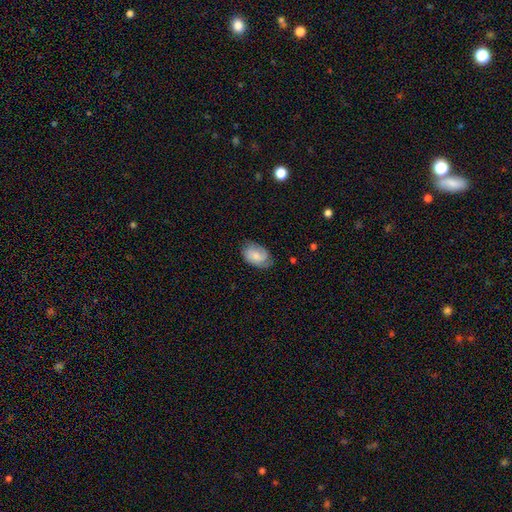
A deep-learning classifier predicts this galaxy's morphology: Smooth or featured? Predicted: smooth (p=0.54). How rounded? Predicted: in between (p=0.87). Merging? Predicted: none (p=0.72).